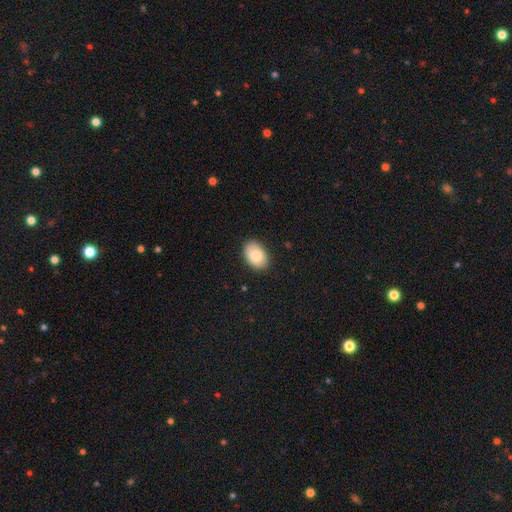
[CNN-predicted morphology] Smooth or featured: smooth — 84% (featured or disk — 9%)
How rounded: in between — 88% (round — 11%)
Merging: none — 86% (minor disturbance — 11%)